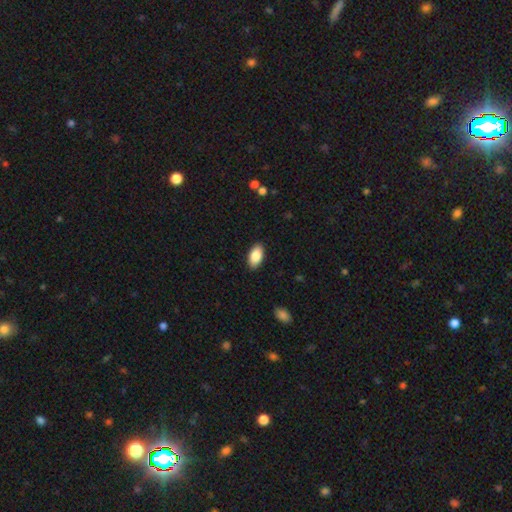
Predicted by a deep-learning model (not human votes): Smooth or featured? Predicted: smooth (p=0.88). How rounded? Predicted: in between (p=0.94). Merging? Predicted: none (p=0.89).